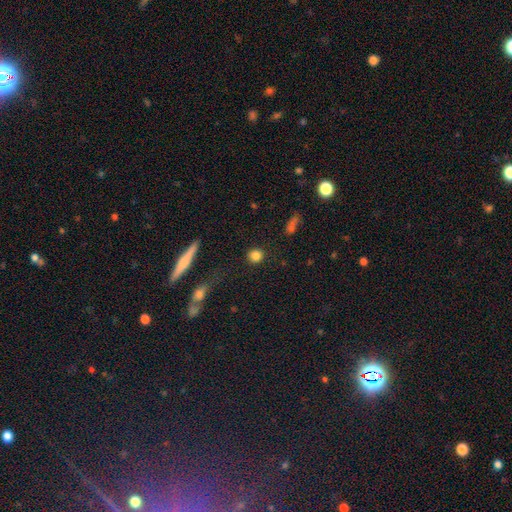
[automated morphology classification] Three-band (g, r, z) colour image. It shows a smooth galaxy with no disk features (84%) that is round (89%). Merging: none (89%).